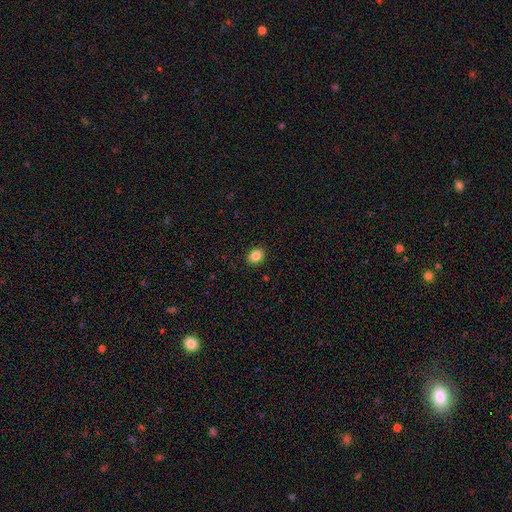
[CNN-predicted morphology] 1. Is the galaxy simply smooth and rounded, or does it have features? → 86% smooth, 10% star or artifact, 5% featured or disk.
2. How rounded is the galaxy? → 52% in between, 47% round, 1% cigar-shaped.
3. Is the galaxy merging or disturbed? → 90% none, 7% minor disturbance, 2% major disturbance, 1% merger.